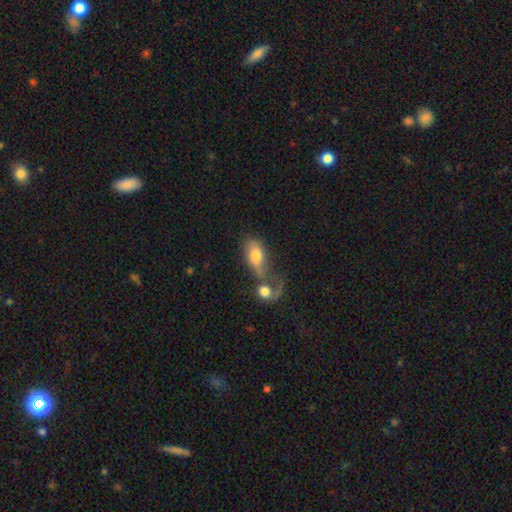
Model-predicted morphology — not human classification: Q: Smooth or featured?
A: smooth (65%); runner-up: featured or disk (27%)
Q: How rounded?
A: in between (82%); runner-up: round (10%)
Q: Merging?
A: merger (52%); runner-up: none (21%)